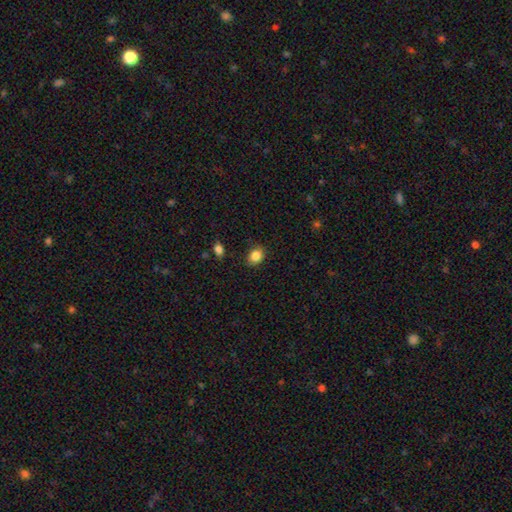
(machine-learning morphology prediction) A smooth galaxy with no disk features (85%) that is in between round and cigar-shaped (60%).

Vote fractions:
- Smooth or featured? smooth: 85% / star or artifact: 9% / featured or disk: 5%
- How rounded? in between: 60% / round: 40% / cigar-shaped: 1%
- Merging? none: 85% / minor disturbance: 11% / major disturbance: 3% / merger: 1%